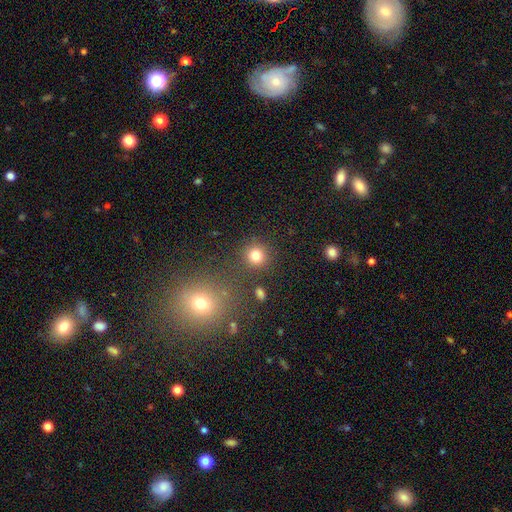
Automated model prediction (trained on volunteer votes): smooth_or_featured: smooth (p=0.80) [alt: star or artifact p=0.14]
how_rounded: round (p=0.91) [alt: in between p=0.08]
merging: none (p=0.84) [alt: minor disturbance p=0.07]